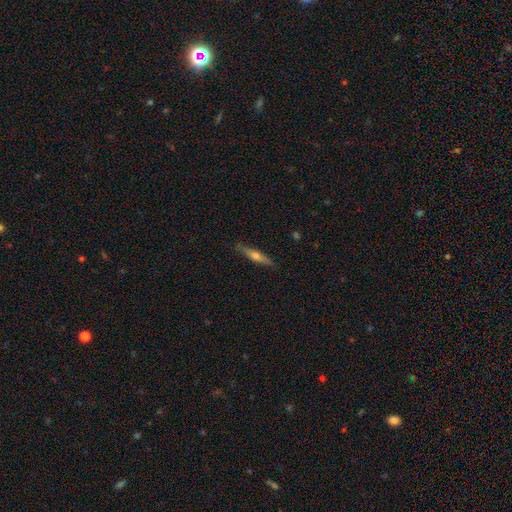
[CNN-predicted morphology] smooth_or_featured: featured or disk (p=0.56) [alt: smooth p=0.38]
disk_edge_on: yes (p=0.94) [alt: no p=0.06]
edge_on_bulge: rounded (p=0.86) [alt: none p=0.11]
merging: none (p=0.88) [alt: minor disturbance p=0.09]